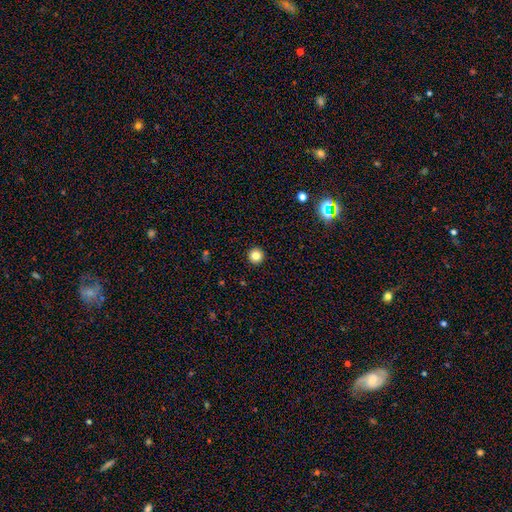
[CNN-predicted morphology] smooth_or_featured: smooth (p=0.83) [alt: star or artifact p=0.12]
how_rounded: round (p=0.96) [alt: in between p=0.03]
merging: none (p=0.94) [alt: minor disturbance p=0.04]